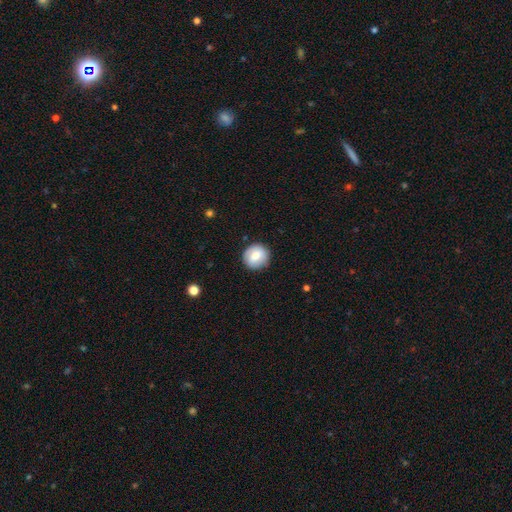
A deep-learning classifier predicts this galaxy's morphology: smooth_or_featured: smooth (p=0.73) [alt: featured or disk p=0.19]
how_rounded: round (p=0.89) [alt: in between p=0.10]
merging: none (p=0.86) [alt: minor disturbance p=0.10]